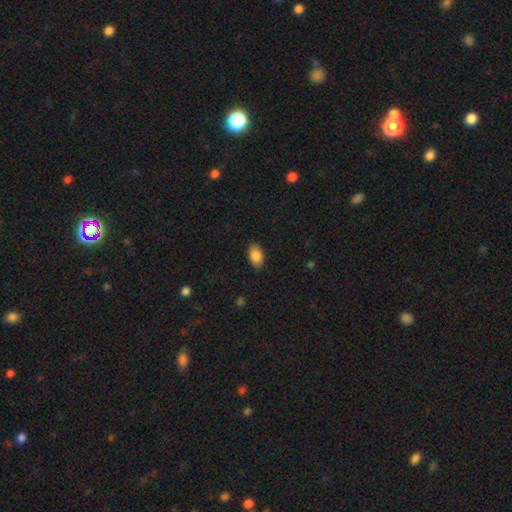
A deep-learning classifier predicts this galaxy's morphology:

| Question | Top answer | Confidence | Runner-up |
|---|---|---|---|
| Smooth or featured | smooth | 87% | star or artifact (8%) |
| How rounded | in between | 91% | round (8%) |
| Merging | none | 85% | minor disturbance (11%) |